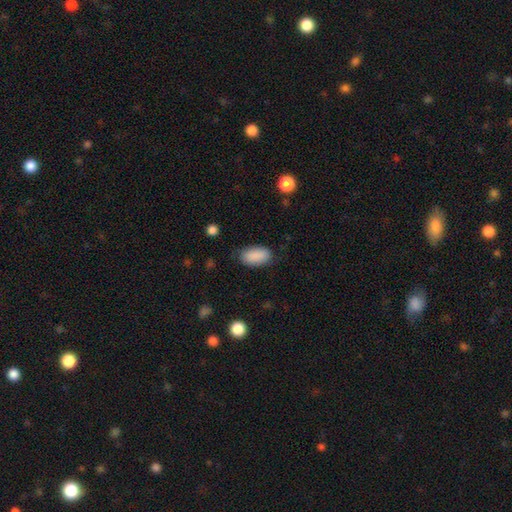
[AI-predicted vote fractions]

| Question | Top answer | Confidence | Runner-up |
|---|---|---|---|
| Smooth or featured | smooth | 89% | star or artifact (7%) |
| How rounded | in between | 94% | cigar-shaped (3%) |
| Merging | none | 82% | minor disturbance (14%) |